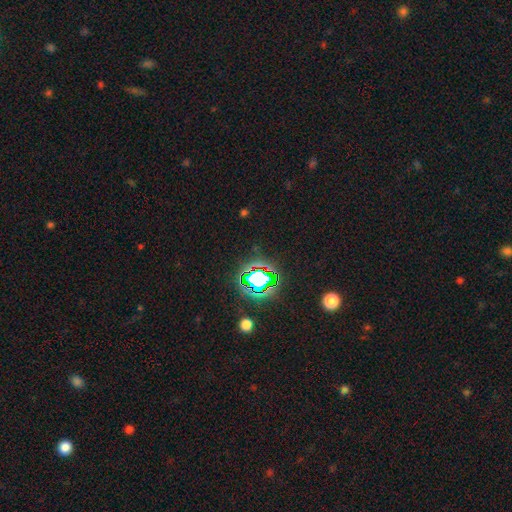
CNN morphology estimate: This appears to be a star or artifact, not a galaxy (80%).